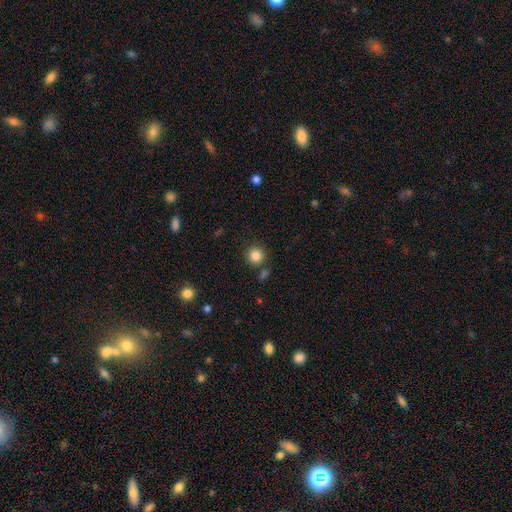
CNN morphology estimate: A smooth galaxy with no disk features (85%) that is round (93%).

Vote fractions:
- Smooth or featured? smooth: 85% / star or artifact: 11% / featured or disk: 4%
- How rounded? round: 93% / in between: 6% / cigar-shaped: 1%
- Merging? none: 83% / minor disturbance: 8% / merger: 7% / major disturbance: 3%